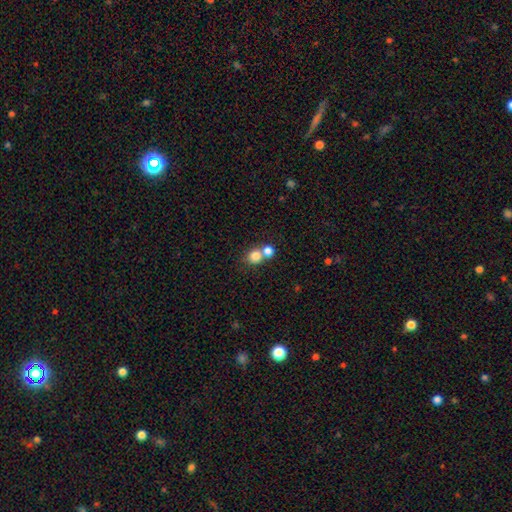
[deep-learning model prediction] This appears to be a smooth galaxy with no disk features (80%) that is round (83%). Merging: merger (51%).